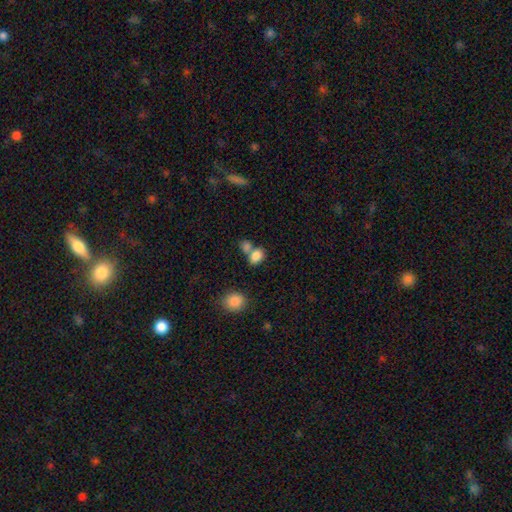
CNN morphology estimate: Smooth or featured? Predicted: smooth (p=0.83). How rounded? Predicted: in between (p=0.75). Merging? Predicted: none (p=0.43).